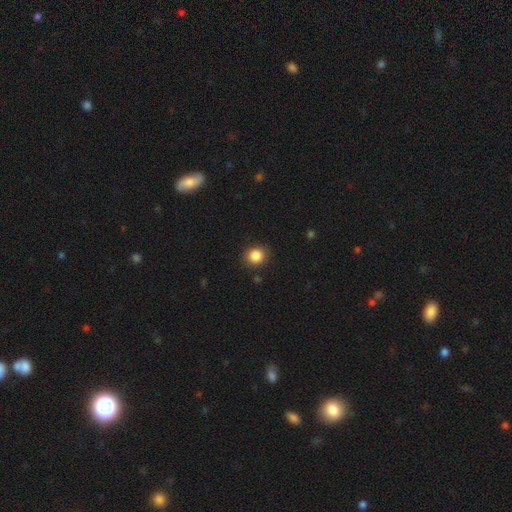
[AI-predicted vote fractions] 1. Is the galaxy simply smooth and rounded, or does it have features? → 86% smooth, 10% star or artifact, 4% featured or disk.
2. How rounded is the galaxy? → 87% round, 13% in between, 1% cigar-shaped.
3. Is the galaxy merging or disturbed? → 88% none, 8% minor disturbance, 2% major disturbance, 1% merger.